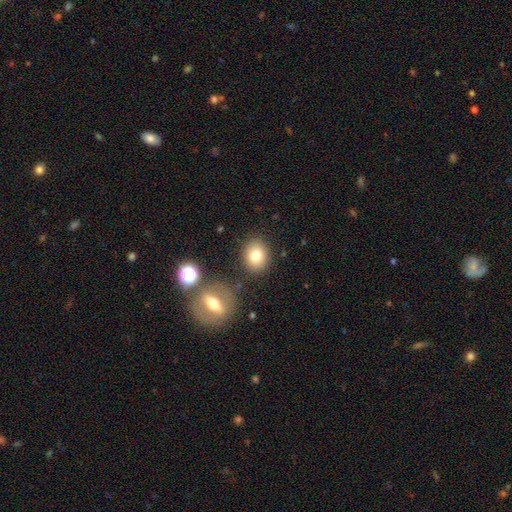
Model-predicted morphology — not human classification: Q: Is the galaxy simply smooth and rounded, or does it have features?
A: smooth — 78%.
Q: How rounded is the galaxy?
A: round — 56%.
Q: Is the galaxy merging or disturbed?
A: none — 82%.